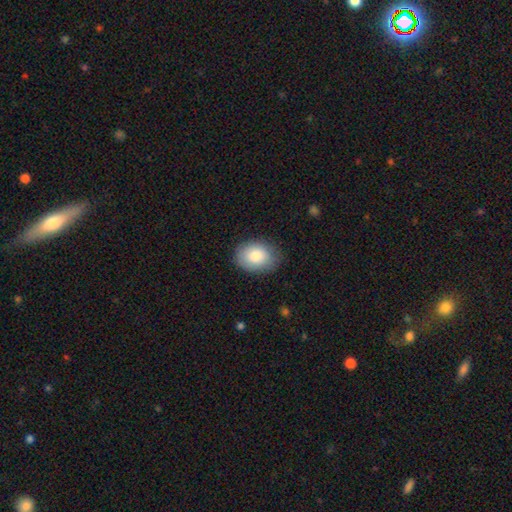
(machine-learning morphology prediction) smooth 84%, featured or disk 10%, star or artifact 7%. Down the decision tree: how rounded — in between (69%); merging — none (82%).